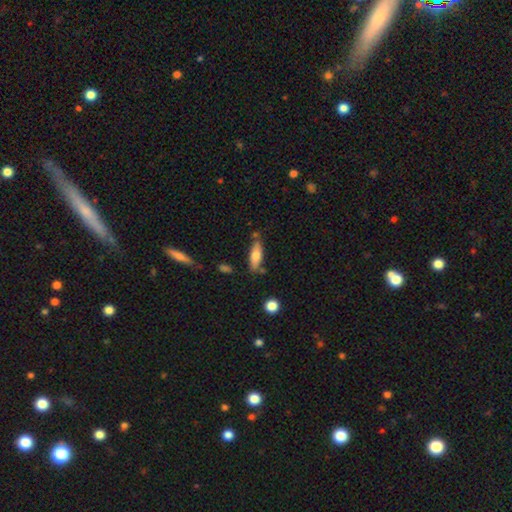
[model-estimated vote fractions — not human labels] Smooth or featured?
  - smooth: 69% *
  - featured or disk: 24%
  - star or artifact: 7%
How rounded?
  - in between: 59% *
  - cigar-shaped: 39%
  - round: 2%
Merging?
  - none: 66% *
  - minor disturbance: 20%
  - merger: 9%
  - major disturbance: 5%